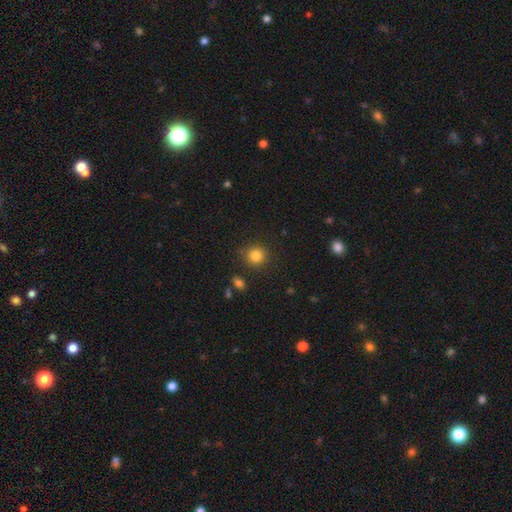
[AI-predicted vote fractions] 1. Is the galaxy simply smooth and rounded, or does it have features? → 83% smooth, 11% star or artifact, 5% featured or disk.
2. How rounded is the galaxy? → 91% round, 8% in between, 1% cigar-shaped.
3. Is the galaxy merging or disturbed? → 86% none, 8% minor disturbance, 3% major disturbance, 3% merger.